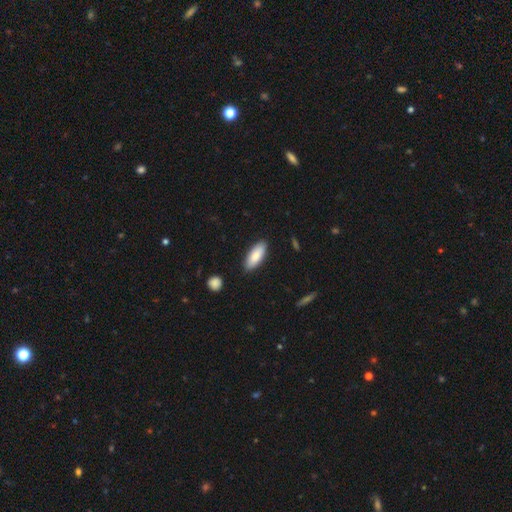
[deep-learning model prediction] Smooth or featured? smooth (83%)
How rounded? in between (77%)
Merging? none (87%)